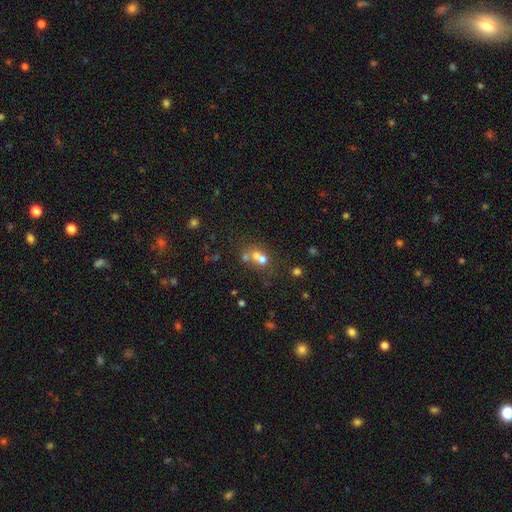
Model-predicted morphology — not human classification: Smooth or featured? smooth (59%)
How rounded? round (61%)
Merging? merger (57%)